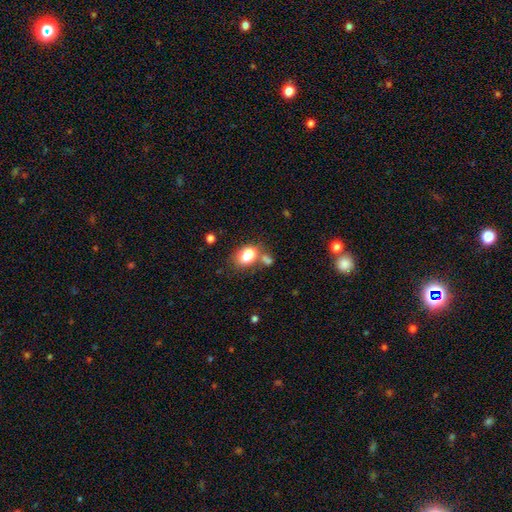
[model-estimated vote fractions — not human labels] smooth_or_featured: smooth (p=0.77) [alt: star or artifact p=0.15]
how_rounded: in between (p=0.72) [alt: round p=0.26]
merging: none (p=0.64) [alt: merger p=0.18]